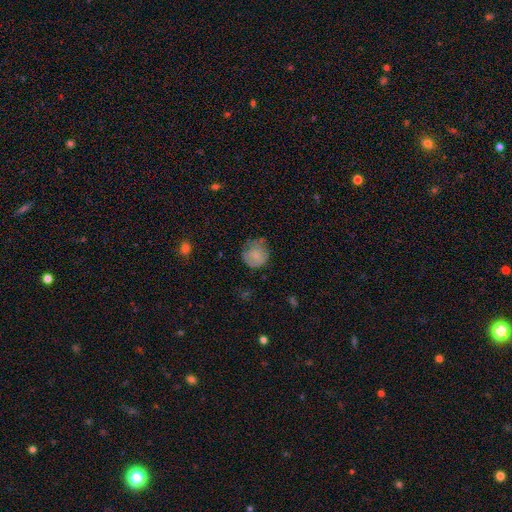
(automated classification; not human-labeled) Smooth or featured? Predicted: smooth (p=0.75). How rounded? Predicted: round (p=0.84). Merging? Predicted: none (p=0.54).